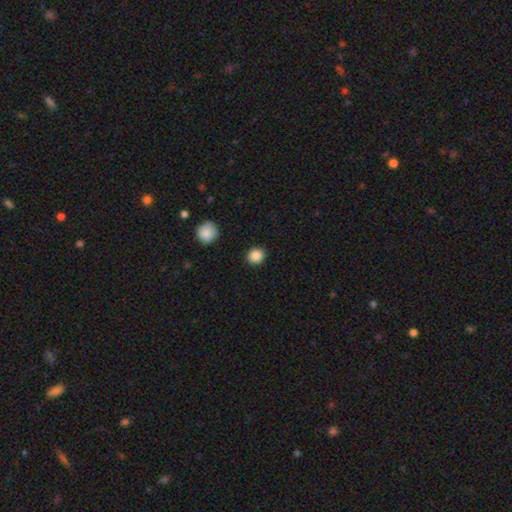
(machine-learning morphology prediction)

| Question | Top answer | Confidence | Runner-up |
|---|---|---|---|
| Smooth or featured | smooth | 88% | star or artifact (9%) |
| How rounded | round | 83% | in between (16%) |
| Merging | none | 91% | minor disturbance (6%) |